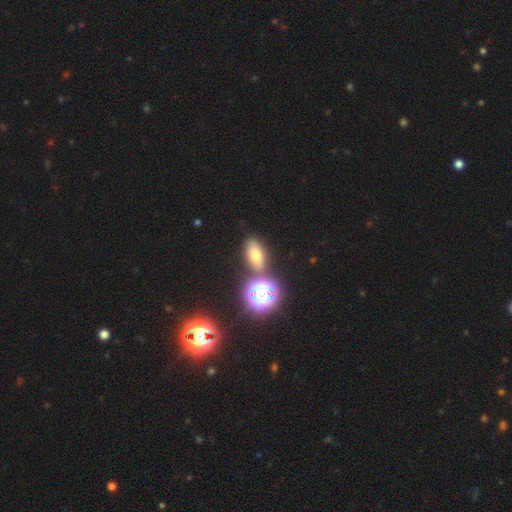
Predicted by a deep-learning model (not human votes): This is possibly a smooth galaxy (56%). How rounded: likely in between (75%). Merging: likely none (76%).